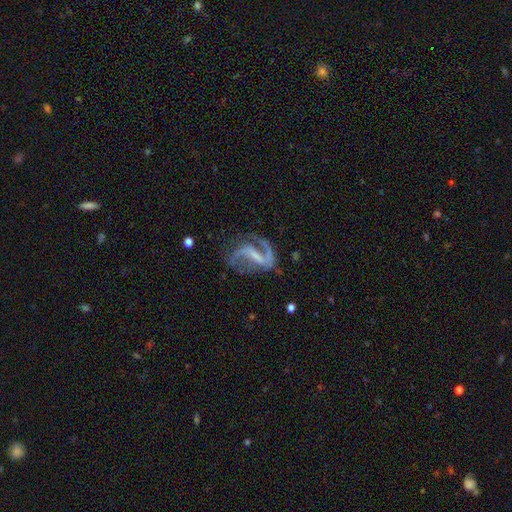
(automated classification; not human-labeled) Overall: featured or disk (88%). Edge-on disk: no (97%). Bar: strong (44%; weak 40%). Spiral arms: yes (96%). Spiral arm count: 2 (88%). Spiral winding: loose (48%; medium 42%). Bulge size: none (42%; small 40%). Merging: none (61%).